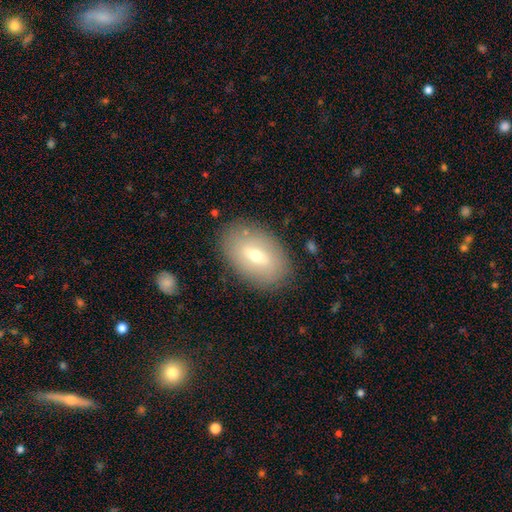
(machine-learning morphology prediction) smooth 53%, featured or disk 37%, star or artifact 11%. Down the decision tree: how rounded — in between (90%); merging — none (85%).